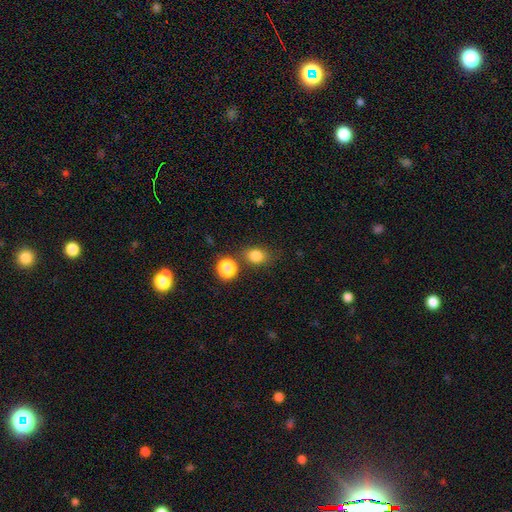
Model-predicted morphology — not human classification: smooth-or-featured: smooth: 82% | star or artifact: 12% | featured or disk: 6%
  how-rounded: in between: 51% | round: 47% | cigar-shaped: 1%
  merging: none: 72% | minor disturbance: 13% | merger: 11% | major disturbance: 4%